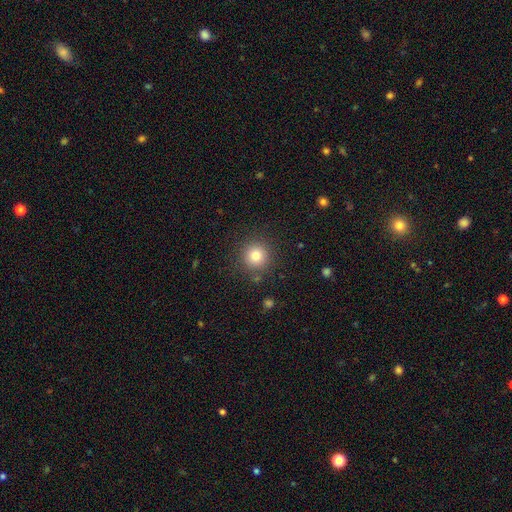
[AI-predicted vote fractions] A smooth galaxy with no disk features (81%) that is round (95%). Merging: none (88%).